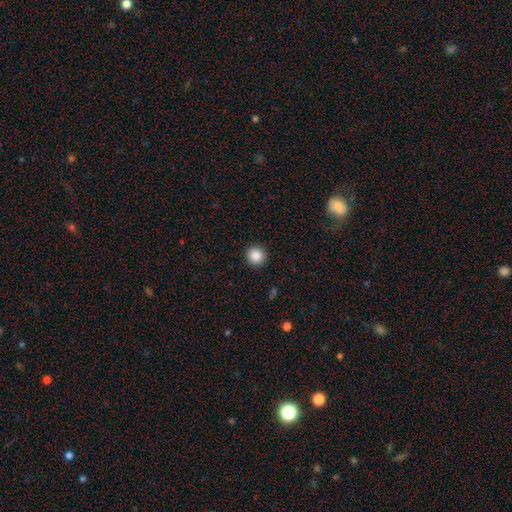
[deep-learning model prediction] Smooth or featured? Predicted: smooth (p=0.87). How rounded? Predicted: round (p=0.95). Merging? Predicted: none (p=0.93).